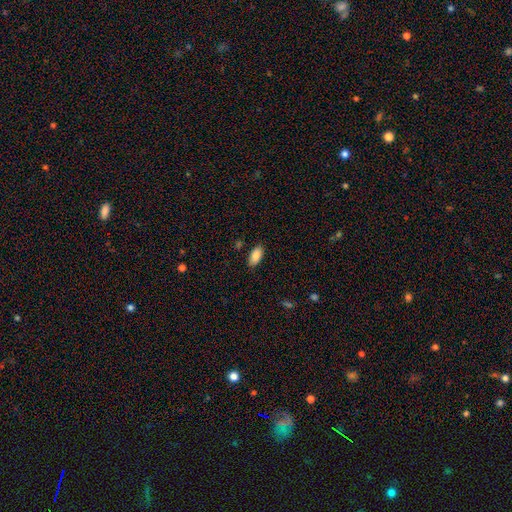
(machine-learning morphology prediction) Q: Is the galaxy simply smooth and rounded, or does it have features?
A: smooth — 88%.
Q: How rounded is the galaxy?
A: in between — 91%.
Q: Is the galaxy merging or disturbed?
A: none — 87%.